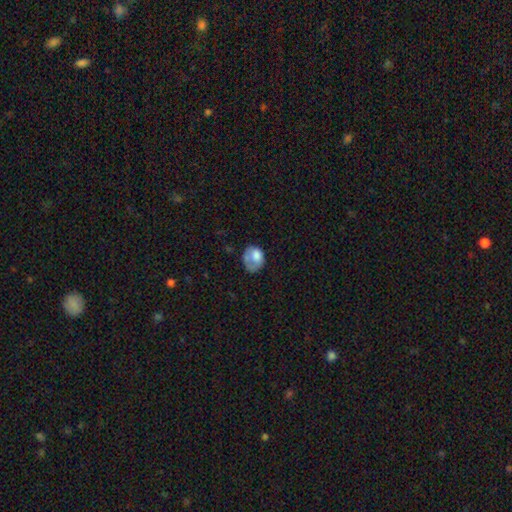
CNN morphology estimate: A smooth galaxy with no disk features (68%) that is in between round and cigar-shaped (57%). Merging: major disturbance (33%).